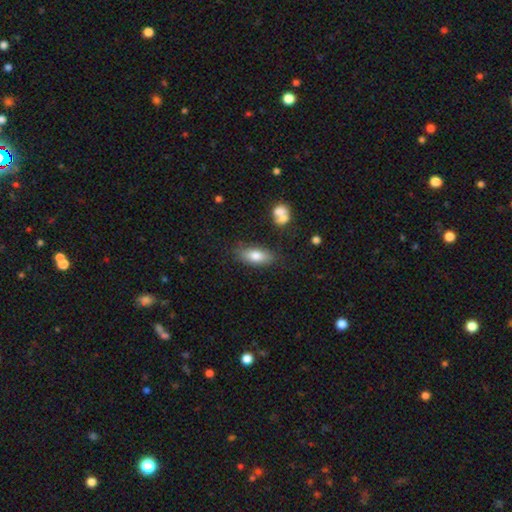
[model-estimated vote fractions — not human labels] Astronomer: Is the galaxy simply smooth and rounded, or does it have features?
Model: smooth — 77%.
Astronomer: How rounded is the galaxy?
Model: in between — 79%.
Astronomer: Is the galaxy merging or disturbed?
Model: none — 79%.